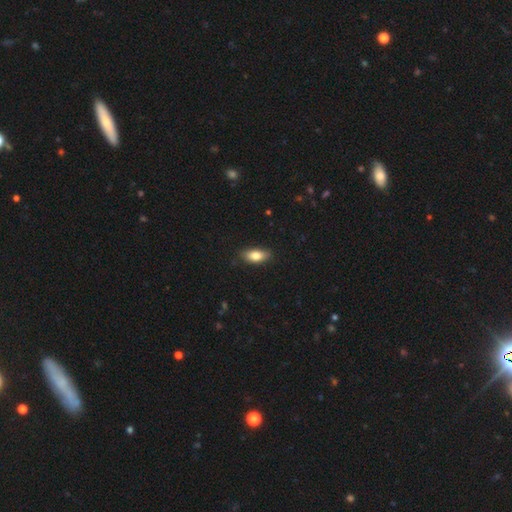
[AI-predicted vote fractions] This appears to be a smooth galaxy with no disk features (81%) that is in between round and cigar-shaped (86%). Merging: none (83%).